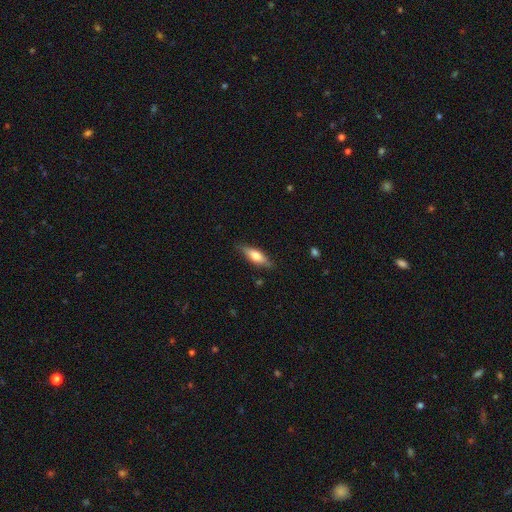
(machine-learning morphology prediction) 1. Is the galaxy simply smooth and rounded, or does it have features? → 65% smooth, 29% featured or disk, 6% star or artifact.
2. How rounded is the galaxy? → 55% in between, 43% cigar-shaped, 2% round.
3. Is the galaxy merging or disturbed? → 83% none, 13% minor disturbance, 3% major disturbance, 1% merger.